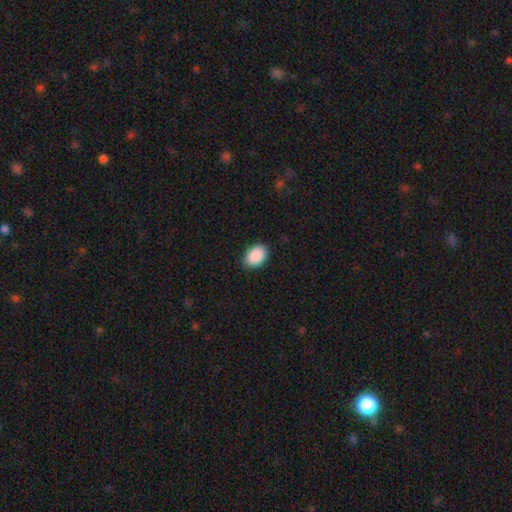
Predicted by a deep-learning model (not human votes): Morphology: type=smooth (91%); roundness=in between (82%); merging=none (87%).